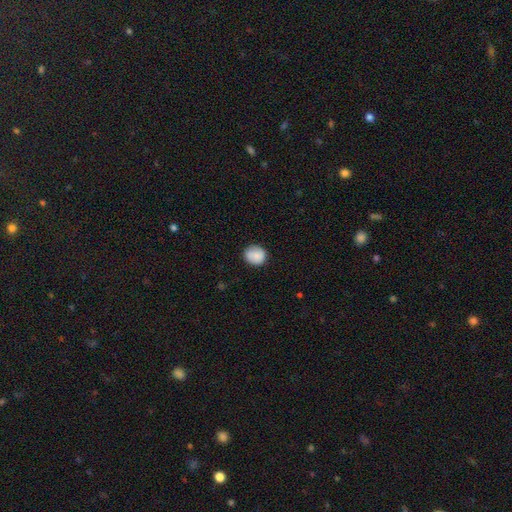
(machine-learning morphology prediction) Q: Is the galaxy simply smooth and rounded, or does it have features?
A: smooth — 86%.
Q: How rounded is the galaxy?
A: round — 79%.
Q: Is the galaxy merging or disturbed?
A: none — 83%.